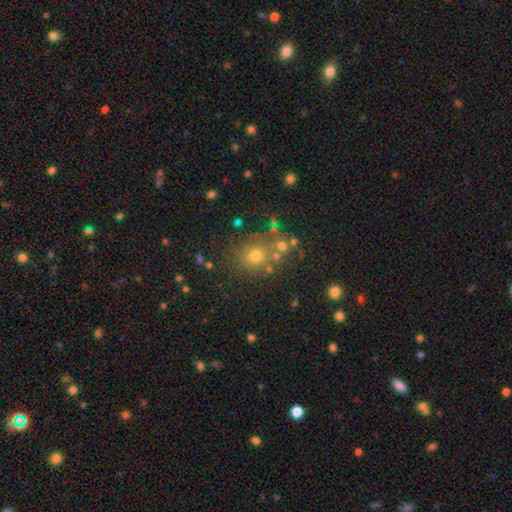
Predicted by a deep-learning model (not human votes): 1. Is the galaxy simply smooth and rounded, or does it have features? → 65% smooth, 23% star or artifact, 12% featured or disk.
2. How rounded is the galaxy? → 83% round, 16% in between, 1% cigar-shaped.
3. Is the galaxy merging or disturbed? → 70% none, 13% merger, 11% minor disturbance, 6% major disturbance.